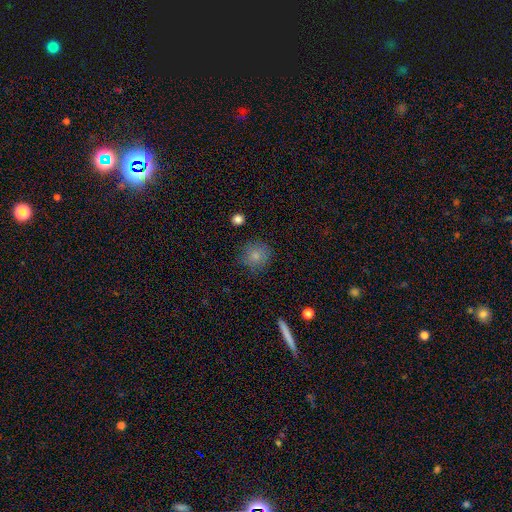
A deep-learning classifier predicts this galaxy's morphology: smooth 82%, star or artifact 11%, featured or disk 7%. Down the decision tree: how rounded — round (90%); merging — none (81%).